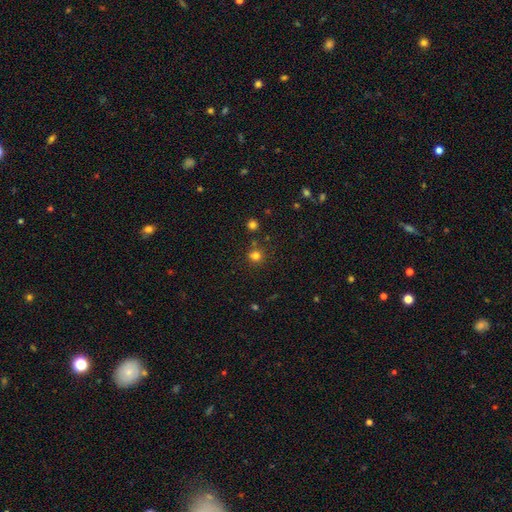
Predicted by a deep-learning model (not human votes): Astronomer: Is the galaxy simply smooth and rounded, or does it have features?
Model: smooth — 75%.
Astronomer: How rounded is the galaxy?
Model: round — 89%.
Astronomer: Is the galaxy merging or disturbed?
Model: none — 75%.